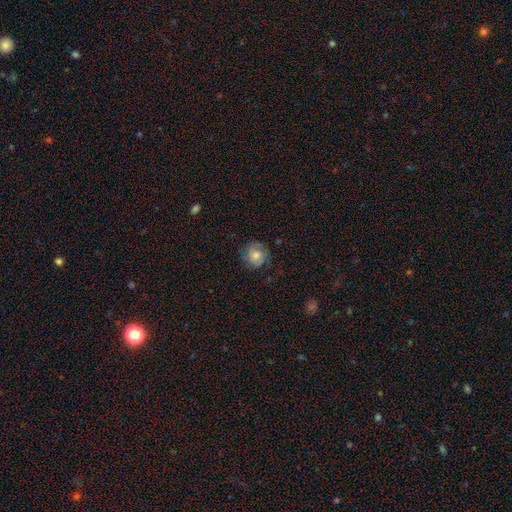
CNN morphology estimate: A smooth galaxy with no disk features (67%) that is round (85%). Merging: none (73%).